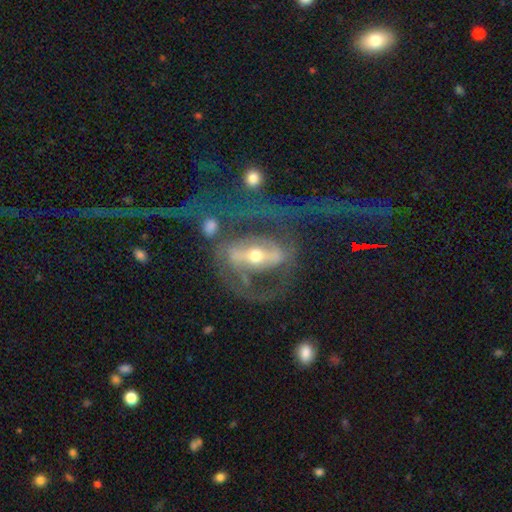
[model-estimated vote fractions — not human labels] Smooth or featured? featured or disk (83%)
Edge-on disk? no (92%)
Bar? strong (69%)
Spiral arms? yes (70%)
Spiral winding? medium (46%)
Spiral arm count? 2 (76%)
Bulge size? moderate (63%)
Merging? none (44%)